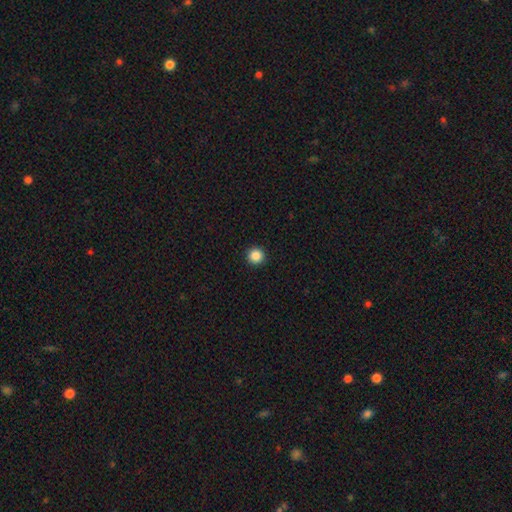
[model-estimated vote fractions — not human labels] smooth-or-featured: smooth: 87% | star or artifact: 10% | featured or disk: 3%
  how-rounded: round: 96% | in between: 3% | cigar-shaped: 1%
  merging: none: 94% | minor disturbance: 4% | major disturbance: 1% | merger: 1%